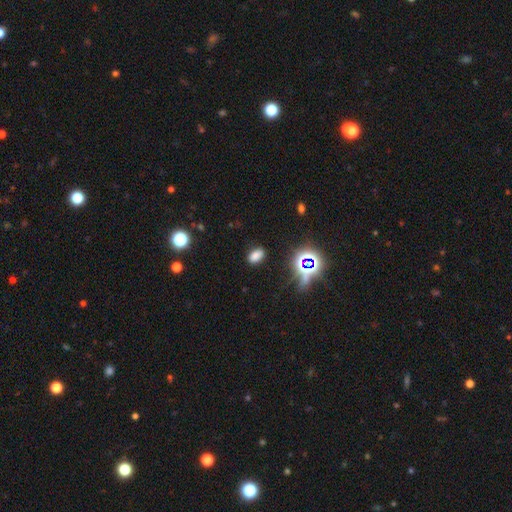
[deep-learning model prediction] Q: Smooth or featured?
A: smooth (72%); runner-up: star or artifact (22%)
Q: How rounded?
A: in between (89%); runner-up: round (9%)
Q: Merging?
A: none (86%); runner-up: minor disturbance (10%)